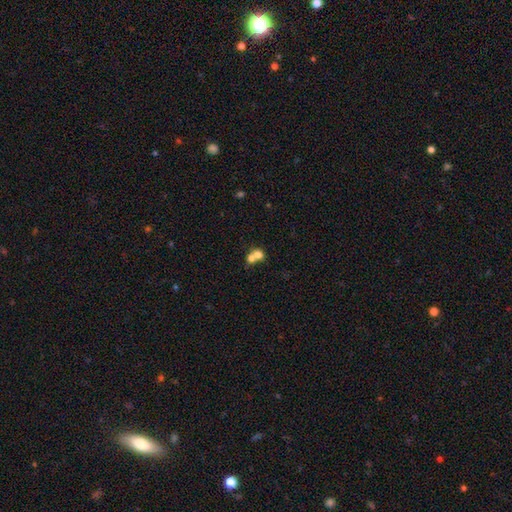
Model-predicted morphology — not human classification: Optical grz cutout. It shows a smooth galaxy with no disk features (70%) that is round (71%). Merging: merger (65%).